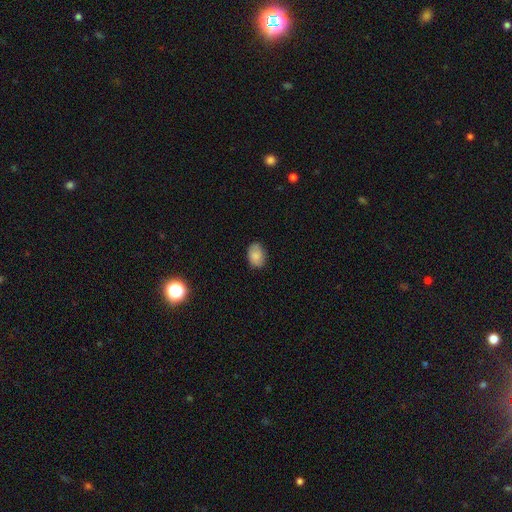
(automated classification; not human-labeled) smooth 84%, featured or disk 9%, star or artifact 8%. Down the decision tree: how rounded — in between (76%); merging — none (81%).